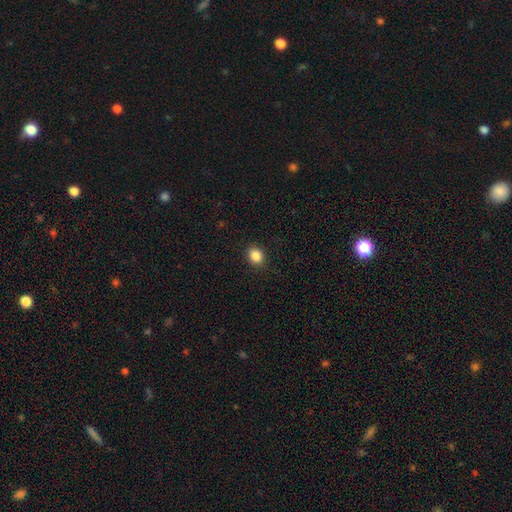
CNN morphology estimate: Smooth or featured: smooth — 86% (star or artifact — 10%)
How rounded: round — 64% (in between — 35%)
Merging: none — 90% (minor disturbance — 7%)